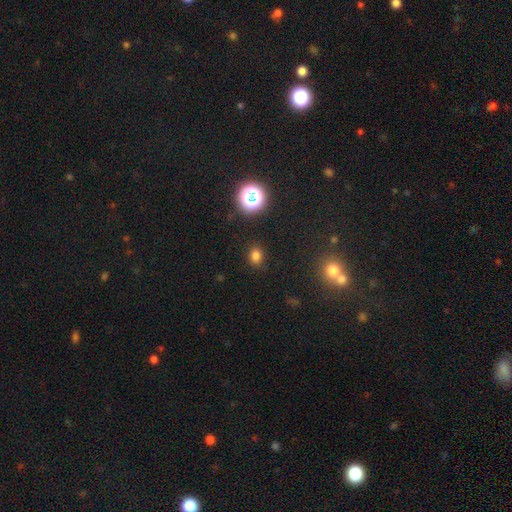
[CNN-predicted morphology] The model was most divided on "how rounded": round: 52%, in between: 47%, cigar-shaped: 1%. More confident: merging — none (86%); smooth or featured — smooth (75%).